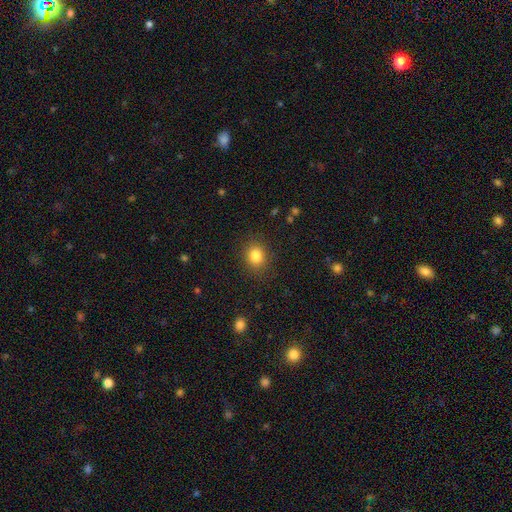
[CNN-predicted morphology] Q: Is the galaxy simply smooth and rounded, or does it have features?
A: smooth — 83%.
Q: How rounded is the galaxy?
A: round — 69%.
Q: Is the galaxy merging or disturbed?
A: none — 87%.